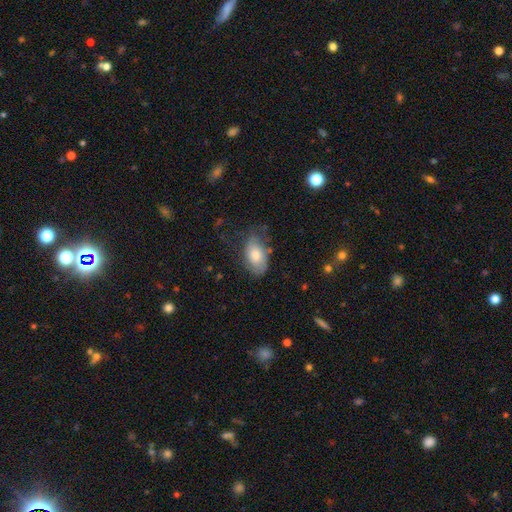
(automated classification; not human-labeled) Smooth or featured?
  - smooth: 68% *
  - featured or disk: 25%
  - star or artifact: 7%
How rounded?
  - in between: 92% *
  - round: 6%
  - cigar-shaped: 2%
Merging?
  - none: 55% *
  - minor disturbance: 29%
  - major disturbance: 13%
  - merger: 2%